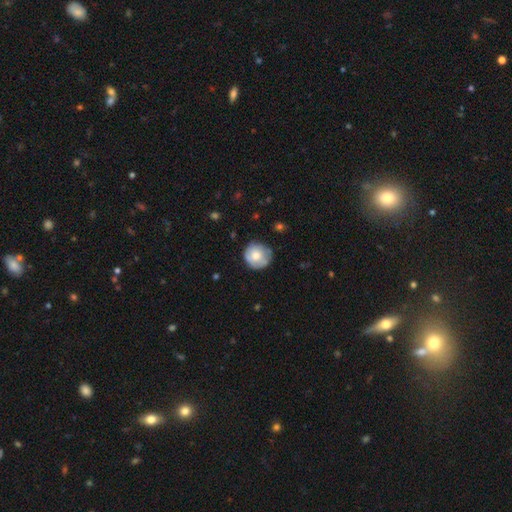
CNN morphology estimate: Smooth or featured: smooth — 67% (featured or disk — 26%)
How rounded: round — 91% (in between — 8%)
Merging: none — 74% (minor disturbance — 20%)